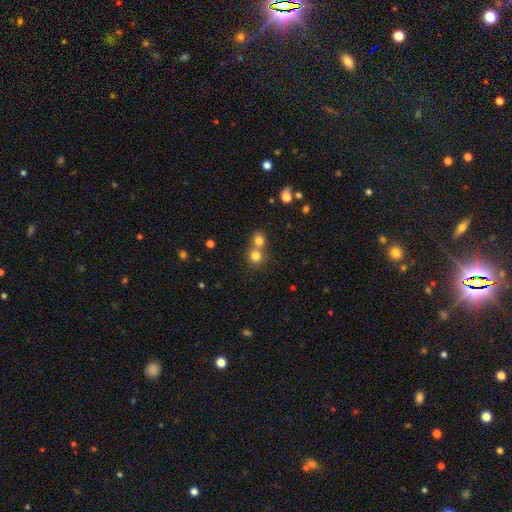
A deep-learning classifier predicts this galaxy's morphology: This is likely a smooth galaxy (78%). How rounded: clearly round (89%). Merging: possibly none (48%).